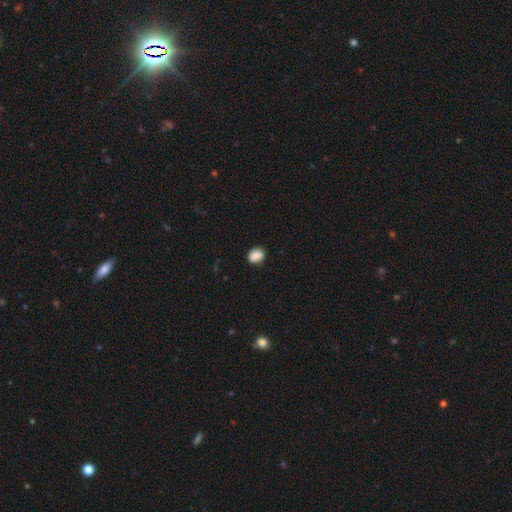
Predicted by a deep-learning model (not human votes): Smooth or featured?
  - smooth: 87% *
  - star or artifact: 9%
  - featured or disk: 4%
How rounded?
  - in between: 58% *
  - round: 41%
  - cigar-shaped: 1%
Merging?
  - none: 79% *
  - minor disturbance: 16%
  - major disturbance: 3%
  - merger: 2%